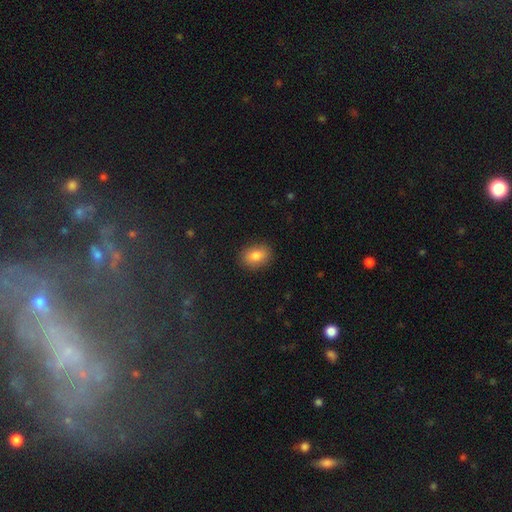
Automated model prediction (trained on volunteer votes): The model was most divided on "how rounded": in between: 71%, round: 27%, cigar-shaped: 1%. More confident: merging — none (87%); smooth or featured — smooth (82%).